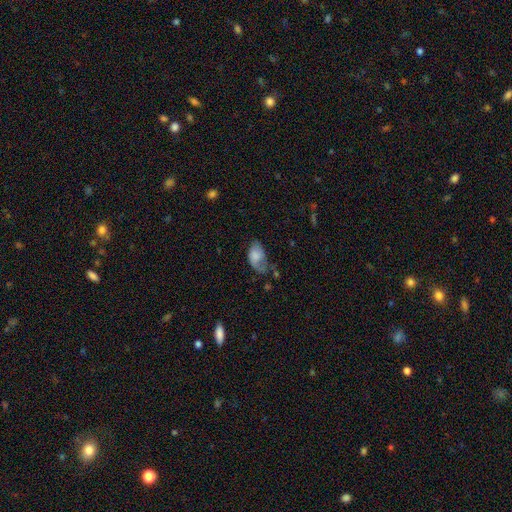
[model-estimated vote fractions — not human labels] Morphology: type=smooth (64%); roundness=in between (90%); merging=minor disturbance (34%).